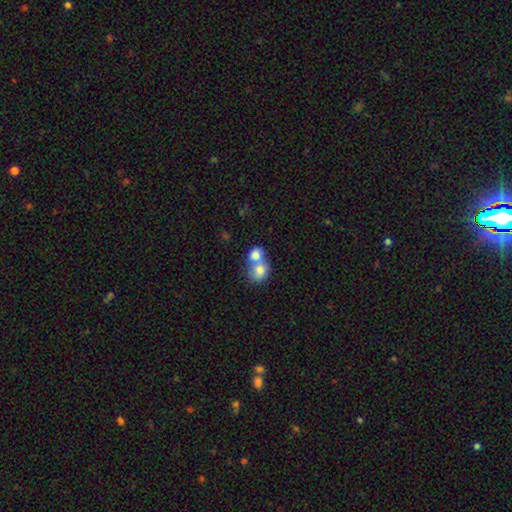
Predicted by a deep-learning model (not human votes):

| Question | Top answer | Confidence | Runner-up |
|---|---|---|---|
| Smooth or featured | smooth | 77% | featured or disk (14%) |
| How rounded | round | 59% | in between (40%) |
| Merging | merger | 72% | none (21%) |